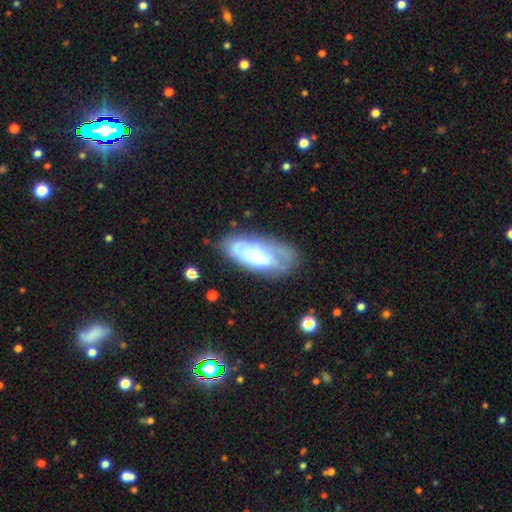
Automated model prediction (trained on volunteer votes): smooth-or-featured: featured or disk: 49% | smooth: 44% | star or artifact: 8%
  merging: none: 56% | minor disturbance: 25% | major disturbance: 14% | merger: 4%